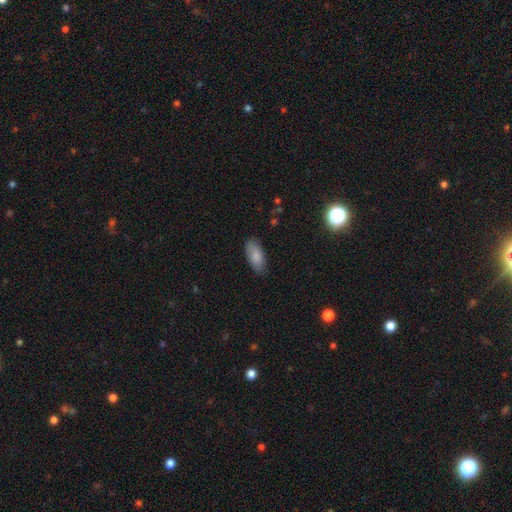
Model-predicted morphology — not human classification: smooth_or_featured: smooth (p=0.85) [alt: featured or disk p=0.08]
how_rounded: in between (p=0.89) [alt: cigar-shaped p=0.09]
merging: none (p=0.82) [alt: minor disturbance p=0.14]